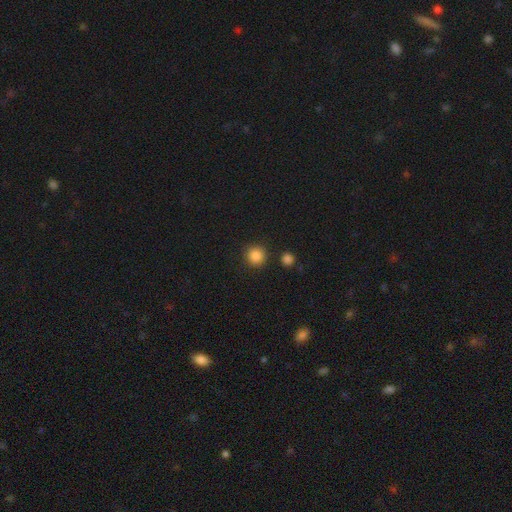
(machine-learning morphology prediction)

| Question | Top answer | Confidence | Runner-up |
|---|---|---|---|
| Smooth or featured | smooth | 86% | star or artifact (11%) |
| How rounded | round | 95% | in between (5%) |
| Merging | none | 88% | minor disturbance (6%) |